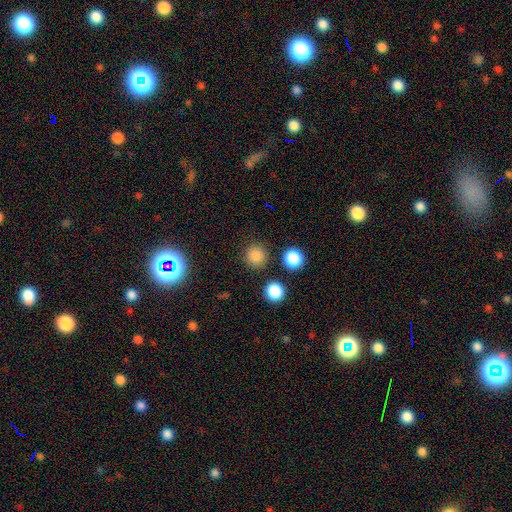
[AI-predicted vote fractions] The model was most divided on "smooth or featured": smooth: 82%, star or artifact: 14%, featured or disk: 4%. More confident: how rounded — round (92%); merging — none (86%).